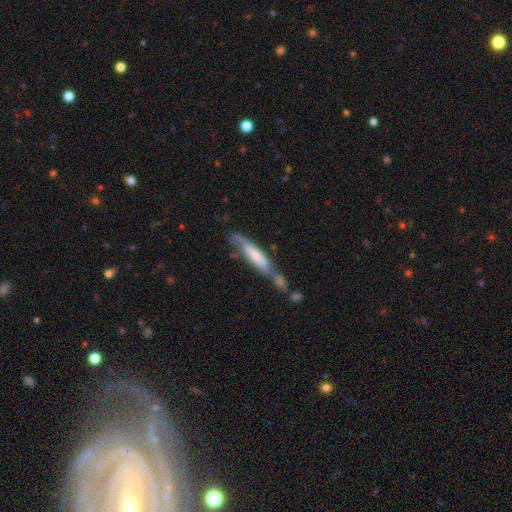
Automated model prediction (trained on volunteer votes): A featured or disk galaxy (58%) viewed edge-on (54%).

Vote fractions:
- Smooth or featured? featured or disk: 58% / smooth: 36% / star or artifact: 6%
- Edge-on disk? yes: 54% / no: 46%
- Merging? merger: 40% / none: 27% / minor disturbance: 19% / major disturbance: 14%